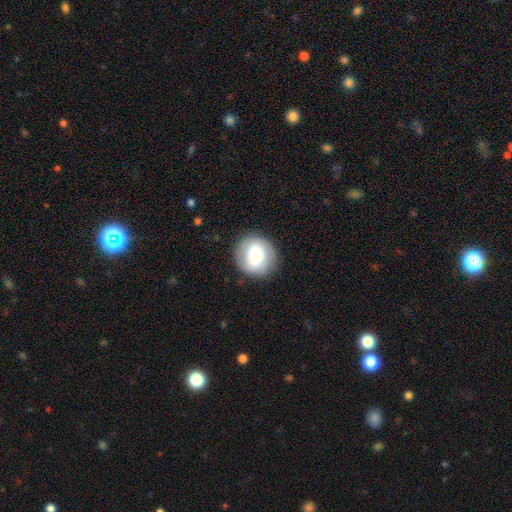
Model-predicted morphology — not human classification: smooth_or_featured: smooth (p=0.66) [alt: featured or disk p=0.27]
how_rounded: round (p=0.86) [alt: in between p=0.13]
merging: none (p=0.83) [alt: minor disturbance p=0.11]